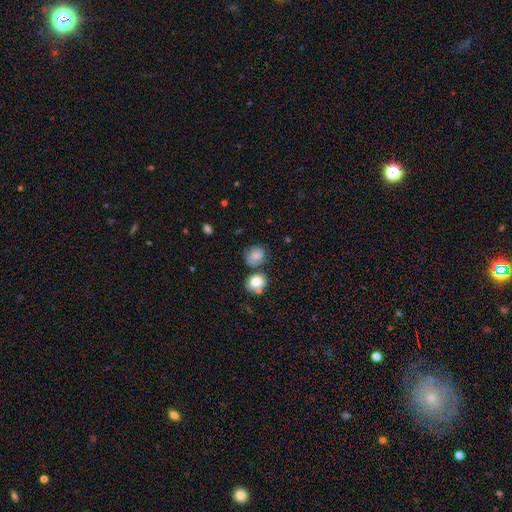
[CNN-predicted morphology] This is likely a smooth galaxy (72%). How rounded: likely round (66%). Merging: likely none (60%).